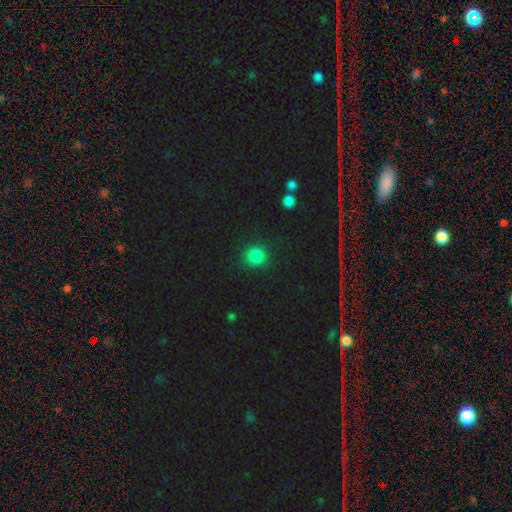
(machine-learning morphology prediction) This is clearly a smooth galaxy (83%). How rounded: clearly round (90%). Merging: clearly none (87%).